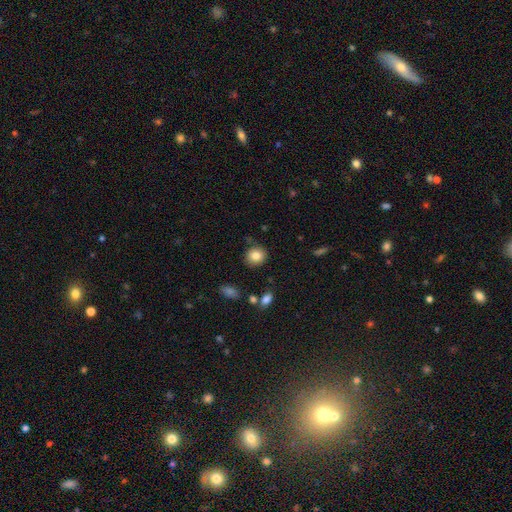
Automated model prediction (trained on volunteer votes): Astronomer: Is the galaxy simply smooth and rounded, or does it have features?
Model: smooth — 83%.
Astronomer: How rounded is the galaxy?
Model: round — 81%.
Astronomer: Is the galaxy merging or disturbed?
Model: none — 84%.